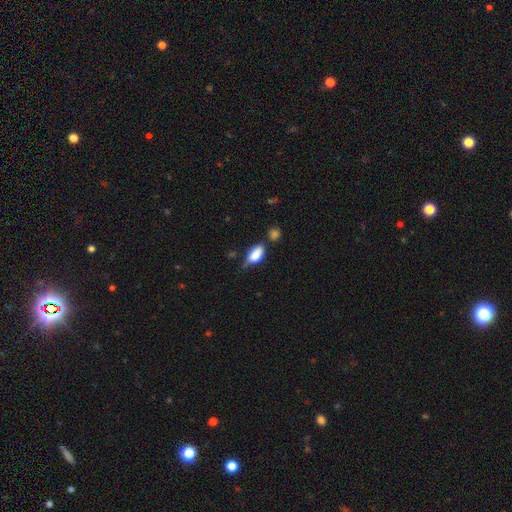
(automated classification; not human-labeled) smooth-or-featured: smooth: 78% | featured or disk: 14% | star or artifact: 8%
  how-rounded: in between: 87% | cigar-shaped: 9% | round: 4%
  merging: none: 42% | minor disturbance: 36% | major disturbance: 12% | merger: 10%